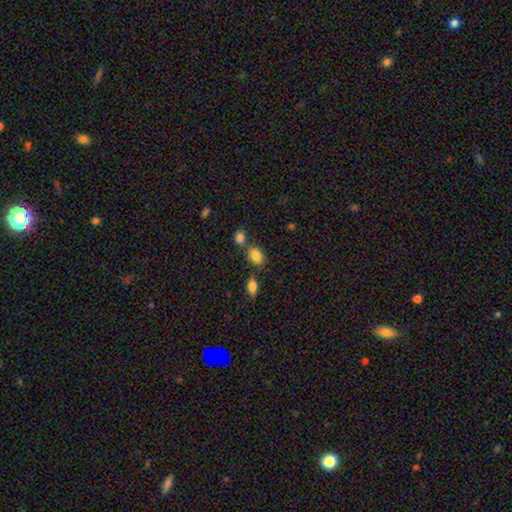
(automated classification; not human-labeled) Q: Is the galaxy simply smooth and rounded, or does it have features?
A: smooth — 83%.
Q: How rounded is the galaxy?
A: in between — 77%.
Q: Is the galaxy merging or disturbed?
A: none — 62%.